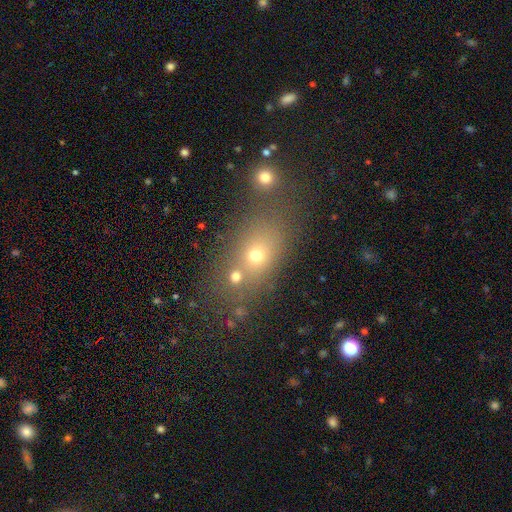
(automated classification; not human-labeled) Morphology: type=smooth (59%); roundness=in between (57%); merging=none (55%).